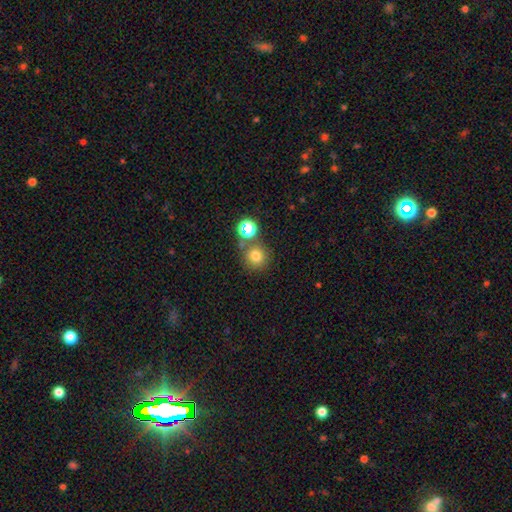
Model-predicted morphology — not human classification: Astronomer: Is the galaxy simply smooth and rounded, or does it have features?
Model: smooth — 75%.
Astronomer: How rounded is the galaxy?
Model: round — 91%.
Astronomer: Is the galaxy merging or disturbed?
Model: none — 69%.